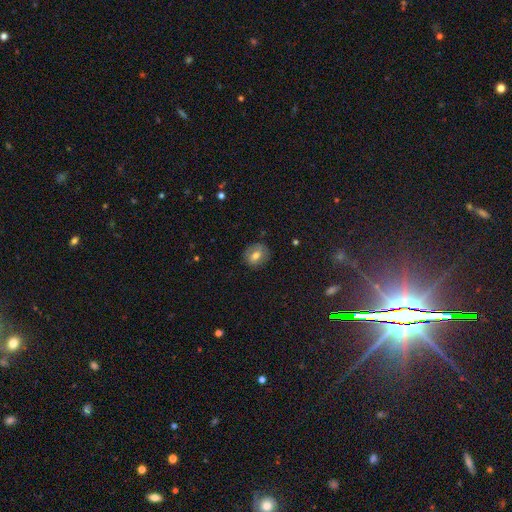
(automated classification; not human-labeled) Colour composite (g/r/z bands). It shows a smooth galaxy with no disk features (60%) that is round (60%). Merging: none (83%).